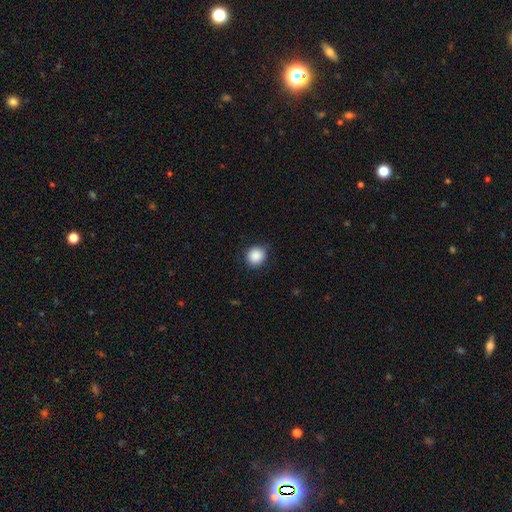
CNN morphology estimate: smooth 88%, star or artifact 9%, featured or disk 3%. Down the decision tree: how rounded — round (89%); merging — none (84%).